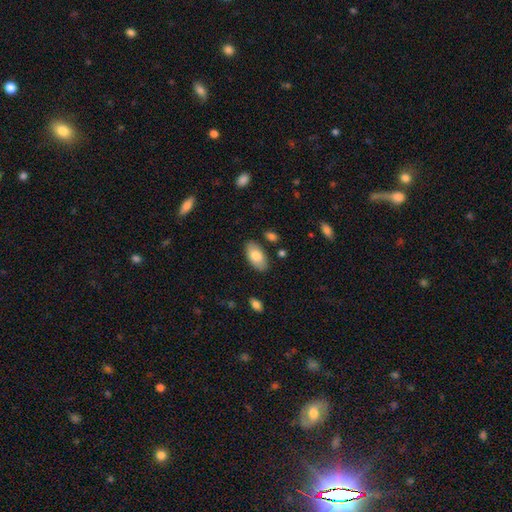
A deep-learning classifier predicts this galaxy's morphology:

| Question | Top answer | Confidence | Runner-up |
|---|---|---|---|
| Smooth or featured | smooth | 80% | featured or disk (14%) |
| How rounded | in between | 95% | round (2%) |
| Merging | none | 83% | minor disturbance (12%) |